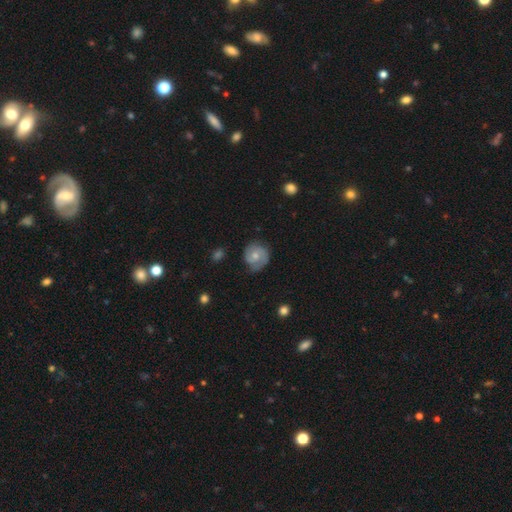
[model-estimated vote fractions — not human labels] smooth_or_featured: featured or disk (p=0.58) [alt: smooth p=0.35]
disk_edge_on: no (p=0.97) [alt: yes p=0.03]
bar: no (p=0.70) [alt: weak p=0.26]
has_spiral_arms: yes (p=0.86) [alt: no p=0.14]
bulge_size: moderate (p=0.57) [alt: small p=0.37]
merging: none (p=0.67) [alt: minor disturbance p=0.24]